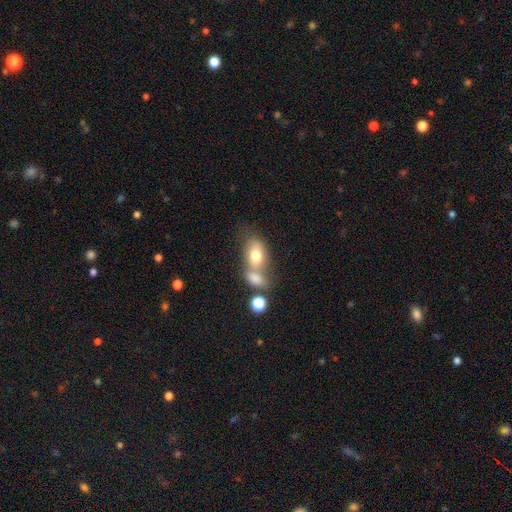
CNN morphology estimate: type=smooth (73%); roundness=in between (83%); merging=merger (53%).